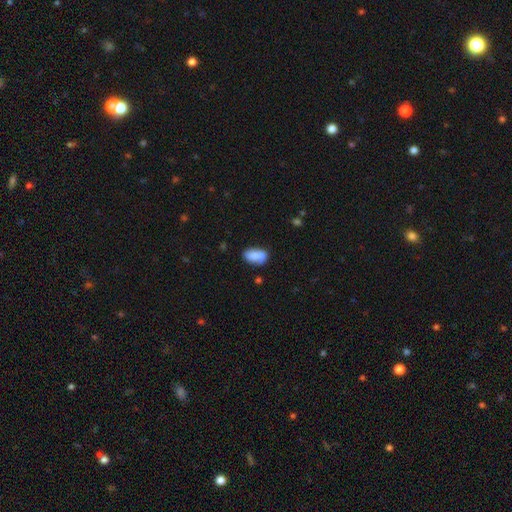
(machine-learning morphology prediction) The model was most divided on "merging": none: 59%, minor disturbance: 23%, merger: 11%, major disturbance: 6%. More confident: how rounded — in between (89%); smooth or featured — smooth (72%).